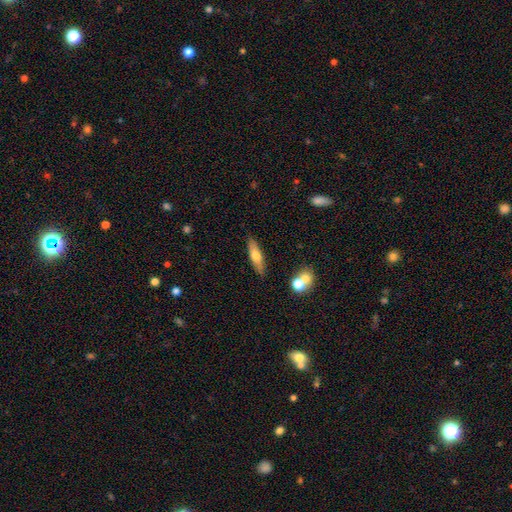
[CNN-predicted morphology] A smooth galaxy with no disk features (56%) that is cigar-shaped (69%).

Vote fractions:
- Smooth or featured? smooth: 56% / featured or disk: 37% / star or artifact: 7%
- How rounded? cigar-shaped: 69% / in between: 29% / round: 2%
- Merging? none: 85% / minor disturbance: 9% / merger: 4% / major disturbance: 2%